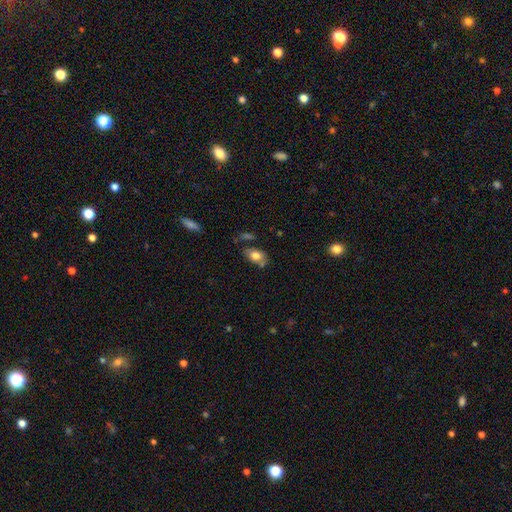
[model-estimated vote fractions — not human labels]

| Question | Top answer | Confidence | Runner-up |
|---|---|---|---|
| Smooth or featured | smooth | 72% | featured or disk (20%) |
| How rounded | in between | 88% | round (10%) |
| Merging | none | 56% | minor disturbance (22%) |